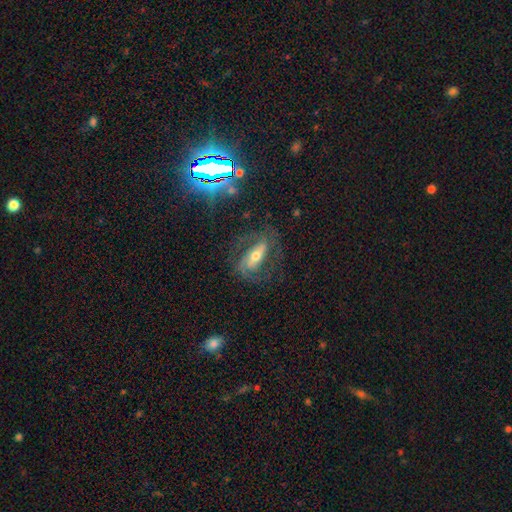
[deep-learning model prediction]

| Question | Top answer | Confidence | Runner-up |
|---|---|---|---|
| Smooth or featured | featured or disk | 74% | smooth (17%) |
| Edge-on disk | no | 88% | yes (12%) |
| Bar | strong | 53% | weak (27%) |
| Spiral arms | yes | 86% | no (14%) |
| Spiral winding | medium | 47% | tight (31%) |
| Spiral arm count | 2 | 79% | can't tell (10%) |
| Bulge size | moderate | 61% | small (29%) |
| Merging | none | 66% | minor disturbance (17%) |